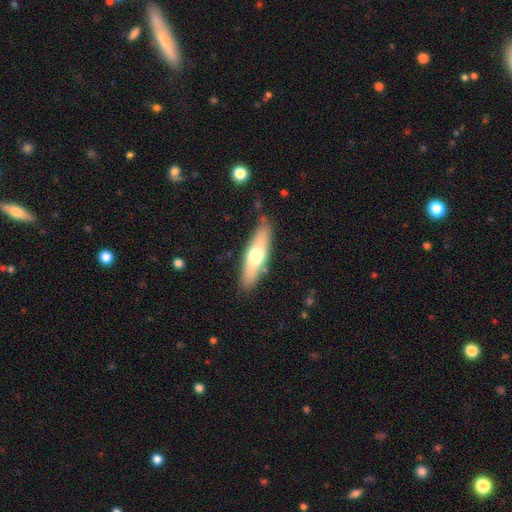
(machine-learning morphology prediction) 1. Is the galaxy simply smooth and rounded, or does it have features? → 56% smooth, 38% featured or disk, 6% star or artifact.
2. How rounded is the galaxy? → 63% cigar-shaped, 35% in between, 2% round.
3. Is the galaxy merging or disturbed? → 84% none, 11% minor disturbance, 3% major disturbance, 2% merger.